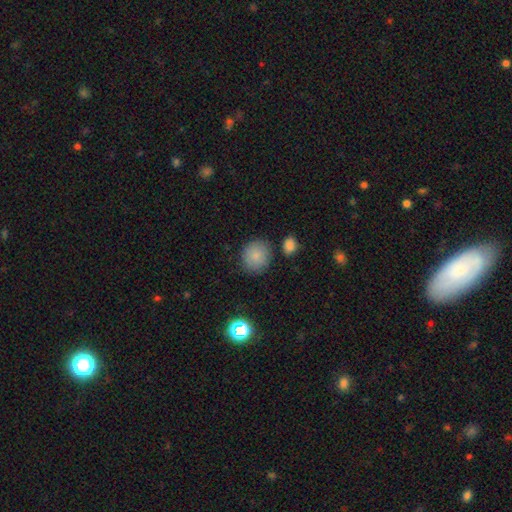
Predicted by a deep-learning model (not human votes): A smooth galaxy with no disk features (84%) that is round (86%). Merging: none (82%).